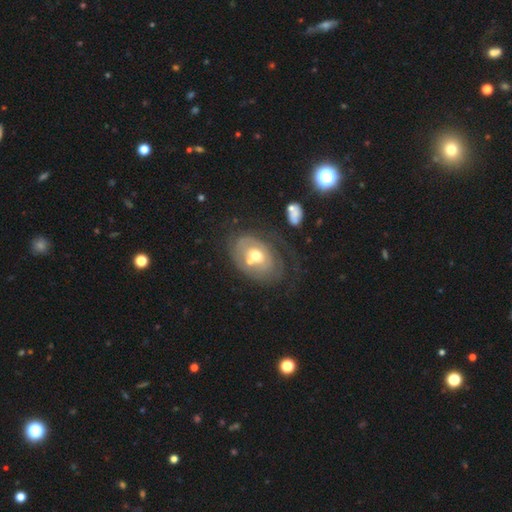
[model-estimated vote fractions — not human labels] smooth_or_featured: featured or disk (p=0.63) [alt: smooth p=0.31]
disk_edge_on: no (p=0.95) [alt: yes p=0.05]
bar: no (p=0.85) [alt: weak p=0.12]
has_spiral_arms: no (p=0.55) [alt: yes p=0.45]
bulge_size: moderate (p=0.69) [alt: small p=0.20]
merging: none (p=0.41) [alt: major disturbance p=0.22]